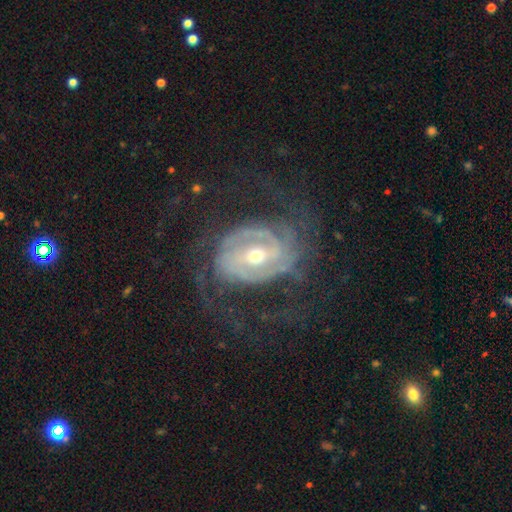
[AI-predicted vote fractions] A featured or disk galaxy (90%) with a strong bar (42%), 2 (51%) tight (49%) spiral arms (96%) and a moderate central bulge (49%). Merging: none (63%).